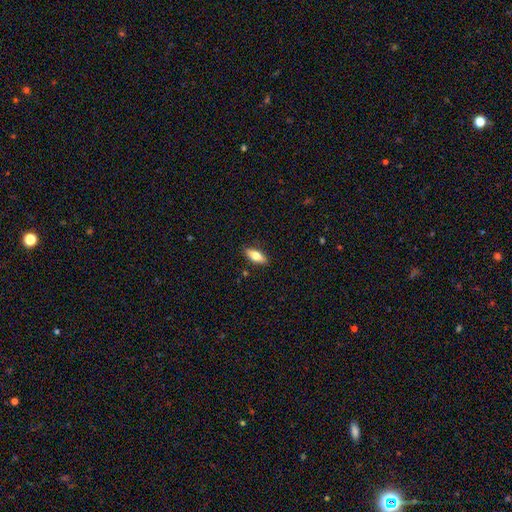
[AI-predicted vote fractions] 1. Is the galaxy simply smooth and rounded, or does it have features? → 70% smooth, 23% featured or disk, 7% star or artifact.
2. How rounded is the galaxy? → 76% in between, 21% cigar-shaped, 3% round.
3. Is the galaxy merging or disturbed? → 88% none, 9% minor disturbance, 2% major disturbance, 1% merger.